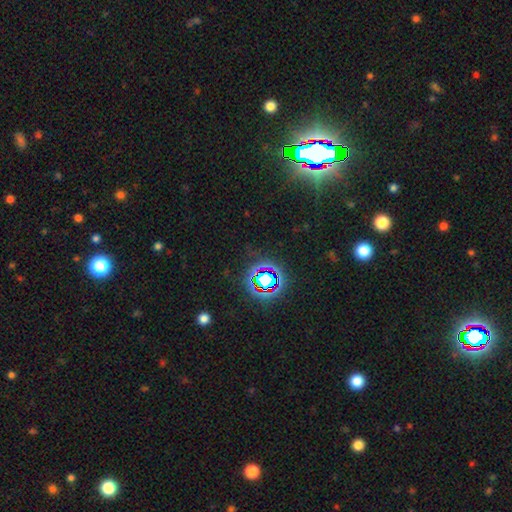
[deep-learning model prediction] This is clearly a star or artifact rather than a galaxy (81%).